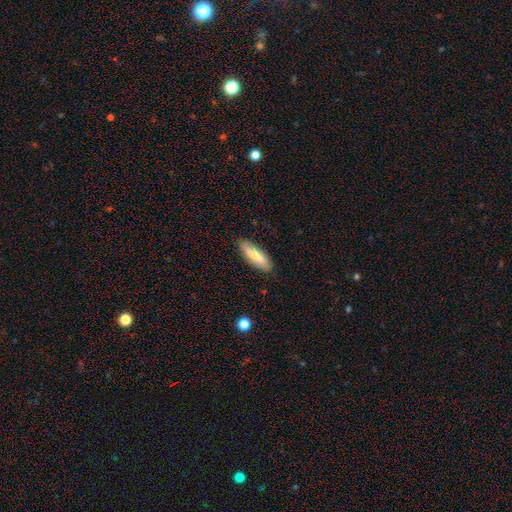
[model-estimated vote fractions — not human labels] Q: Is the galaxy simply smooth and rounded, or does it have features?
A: smooth — 71%.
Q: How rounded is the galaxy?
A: in between — 51%.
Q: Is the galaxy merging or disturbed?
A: none — 86%.